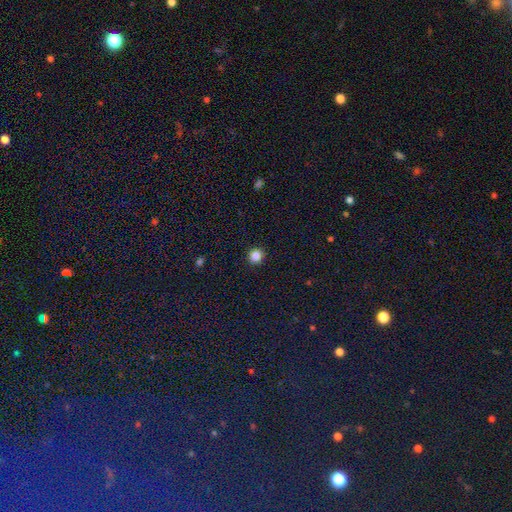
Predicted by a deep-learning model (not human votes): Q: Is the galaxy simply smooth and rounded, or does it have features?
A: smooth — 84%.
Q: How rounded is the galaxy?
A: round — 92%.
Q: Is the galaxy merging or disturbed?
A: none — 93%.